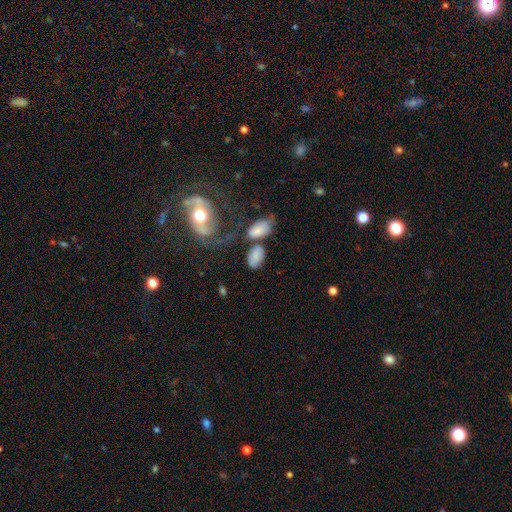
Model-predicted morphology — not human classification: type=smooth (74%); roundness=in between (89%); merging=none (48%).